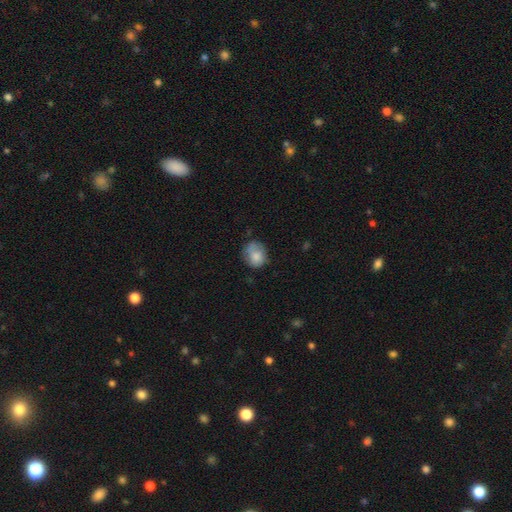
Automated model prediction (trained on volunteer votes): This appears to be a smooth galaxy with no disk features (77%) that is round (60%). Merging: none (54%).